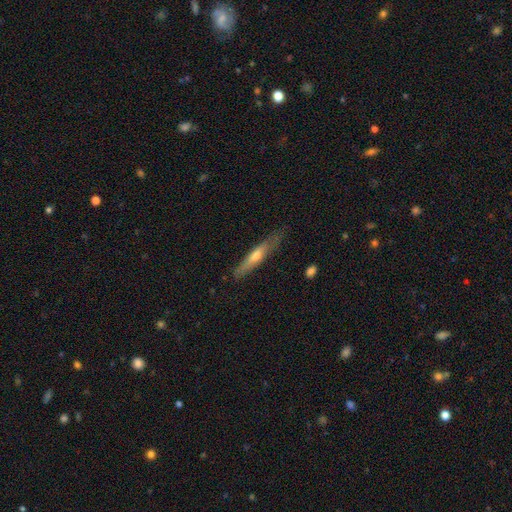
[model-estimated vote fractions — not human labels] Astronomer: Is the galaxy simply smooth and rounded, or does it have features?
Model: featured or disk — 50% (runner-up: smooth, 44%).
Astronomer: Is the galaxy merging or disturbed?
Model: none — 77%.